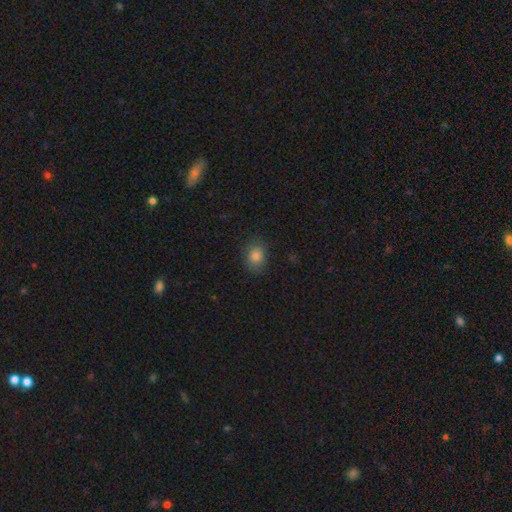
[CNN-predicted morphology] Smooth or featured?
  - smooth: 82% *
  - star or artifact: 12%
  - featured or disk: 6%
How rounded?
  - in between: 52% *
  - round: 47%
  - cigar-shaped: 1%
Merging?
  - none: 83% *
  - minor disturbance: 13%
  - major disturbance: 3%
  - merger: 1%